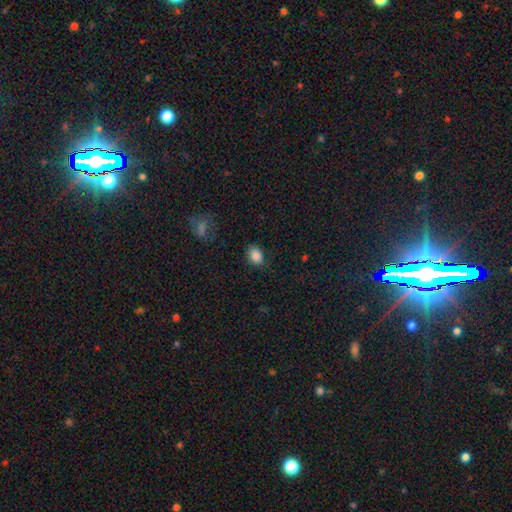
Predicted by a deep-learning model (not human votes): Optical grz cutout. It shows a smooth galaxy with no disk features (86%) that is in between round and cigar-shaped (75%). Merging: none (78%).